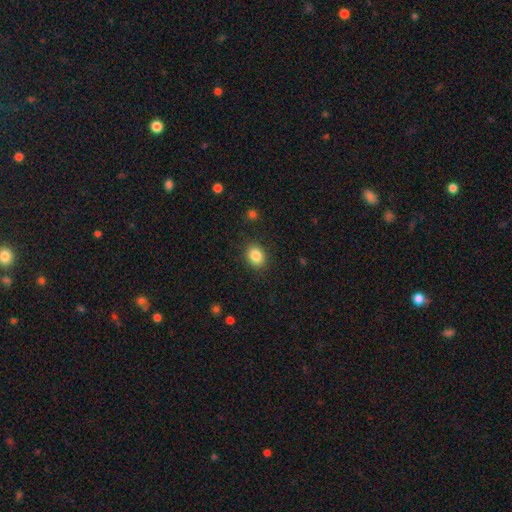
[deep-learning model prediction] smooth_or_featured: smooth (p=0.85) [alt: star or artifact p=0.09]
how_rounded: in between (p=0.51) [alt: round p=0.48]
merging: none (p=0.87) [alt: minor disturbance p=0.09]